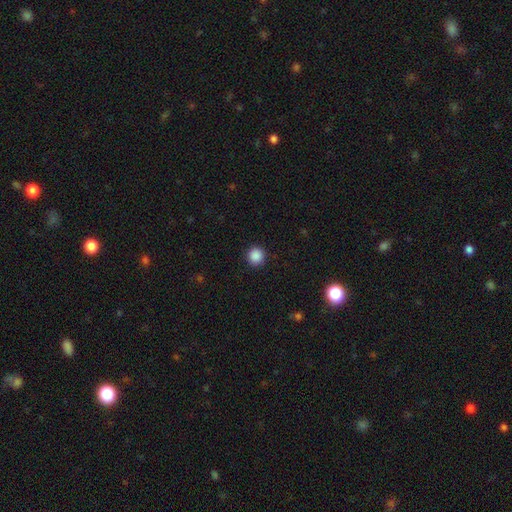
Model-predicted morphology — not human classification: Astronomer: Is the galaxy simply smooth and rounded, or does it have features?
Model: smooth — 88%.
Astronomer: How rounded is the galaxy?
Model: round — 94%.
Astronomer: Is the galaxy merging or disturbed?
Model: none — 92%.